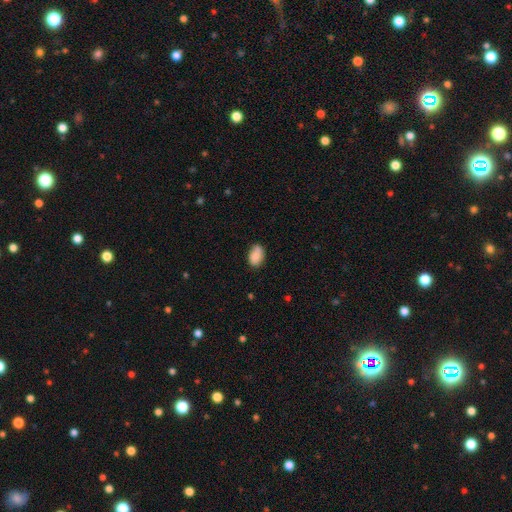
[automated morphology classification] This is clearly a smooth galaxy (83%). How rounded: clearly in between (87%). Merging: likely none (69%).